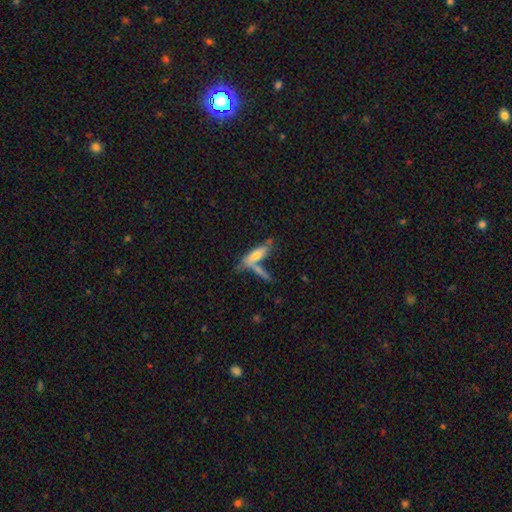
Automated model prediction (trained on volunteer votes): smooth-or-featured: smooth: 62% | featured or disk: 30% | star or artifact: 7%
  how-rounded: cigar-shaped: 55% | in between: 43% | round: 2%
  merging: none: 45% | merger: 34% | minor disturbance: 15% | major disturbance: 7%